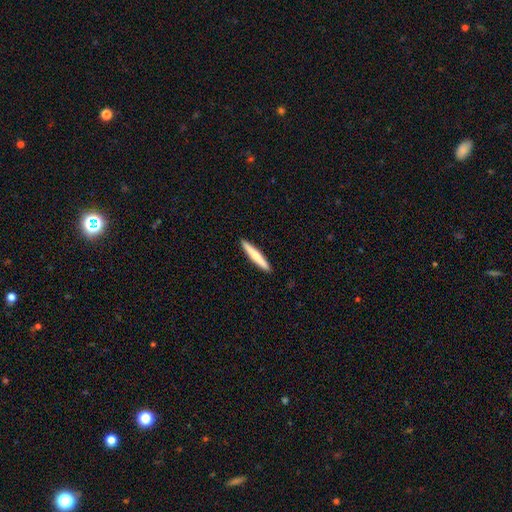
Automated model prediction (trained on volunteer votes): Morphology: type=smooth (63%); roundness=cigar-shaped (95%); merging=none (92%).